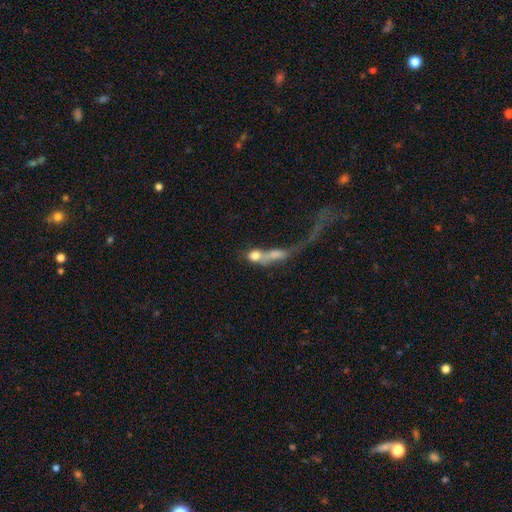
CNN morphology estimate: This is likely a smooth galaxy (64%). How rounded: possibly round (47%). Merging: possibly merger (57%).